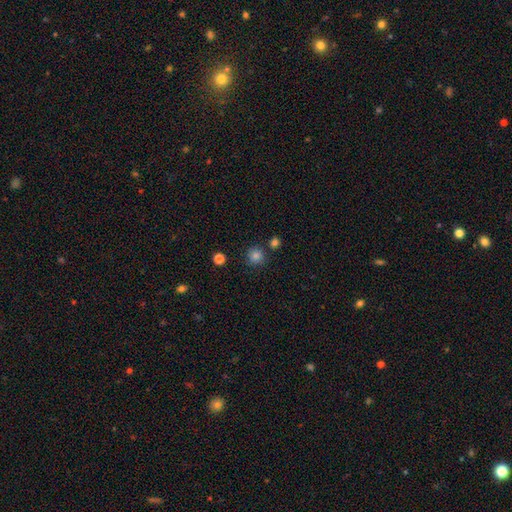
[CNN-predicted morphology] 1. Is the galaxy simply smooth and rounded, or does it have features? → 83% smooth, 12% star or artifact, 5% featured or disk.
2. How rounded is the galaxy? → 93% round, 6% in between, 1% cigar-shaped.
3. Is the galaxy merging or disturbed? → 82% none, 8% minor disturbance, 7% merger, 3% major disturbance.